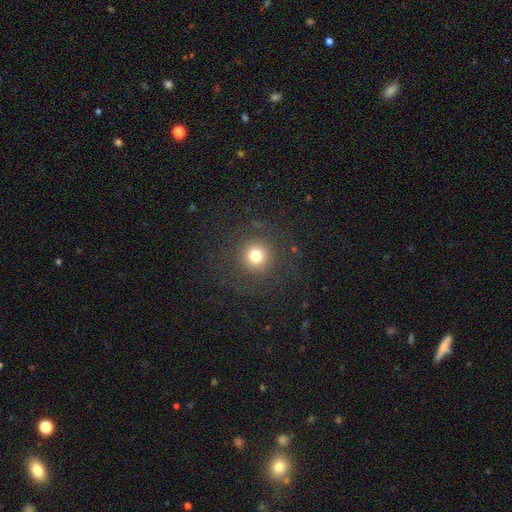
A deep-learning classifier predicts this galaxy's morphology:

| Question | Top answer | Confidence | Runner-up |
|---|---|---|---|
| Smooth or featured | smooth | 71% | star or artifact (16%) |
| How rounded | round | 95% | in between (4%) |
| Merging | none | 83% | minor disturbance (8%) |